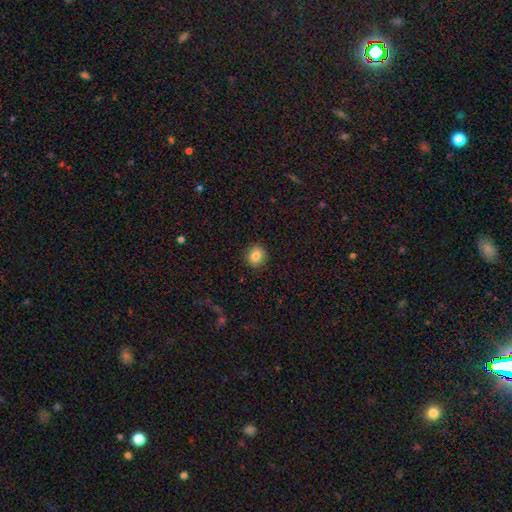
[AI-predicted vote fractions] A smooth galaxy with no disk features (83%) that is round (79%). Merging: none (90%).